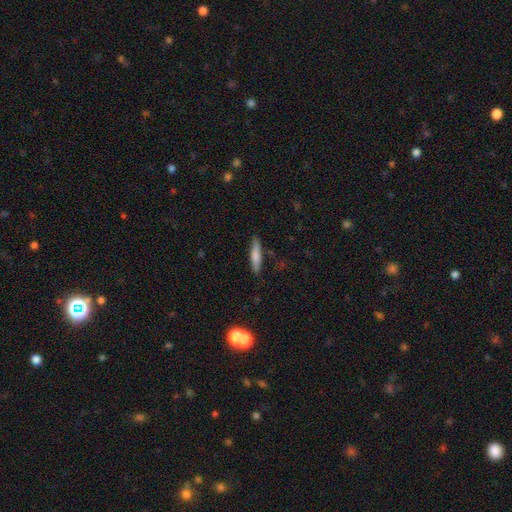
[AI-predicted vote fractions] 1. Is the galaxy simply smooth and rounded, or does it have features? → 75% smooth, 19% featured or disk, 7% star or artifact.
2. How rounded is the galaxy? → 83% cigar-shaped, 15% in between, 2% round.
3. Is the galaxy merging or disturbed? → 84% none, 12% minor disturbance, 2% major disturbance, 2% merger.